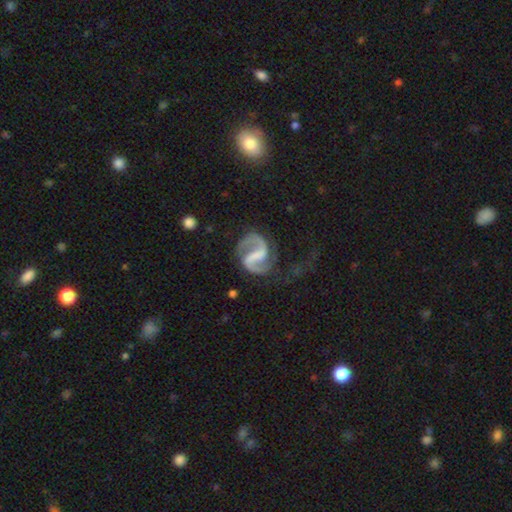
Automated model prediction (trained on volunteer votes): This appears to be a featured or disk galaxy (90%) with a strong bar (52%), 2 (93%) medium (57%) spiral arms (97%) and no central bulge (55%). Merging: none (69%).